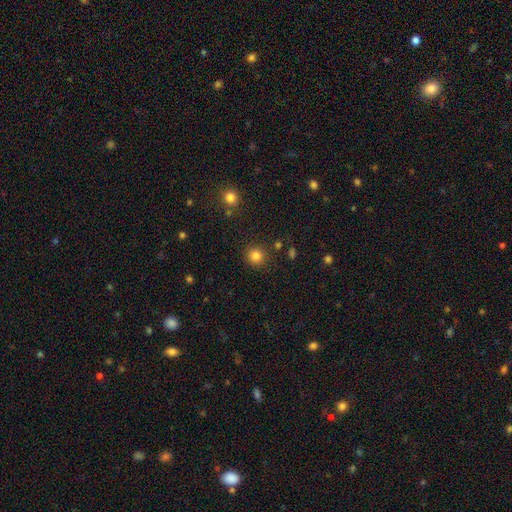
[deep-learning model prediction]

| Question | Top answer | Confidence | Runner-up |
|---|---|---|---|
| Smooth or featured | smooth | 83% | star or artifact (12%) |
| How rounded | round | 93% | in between (6%) |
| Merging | none | 89% | minor disturbance (6%) |